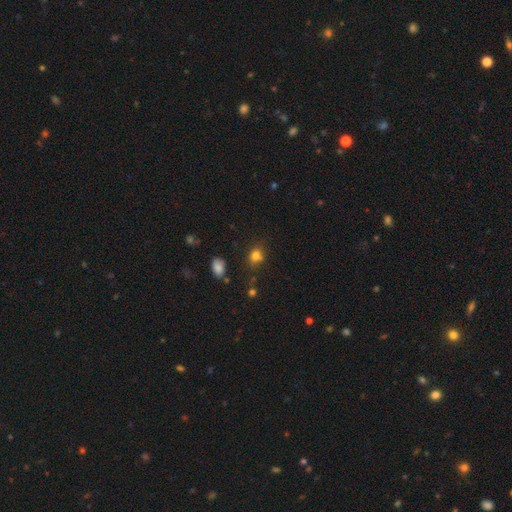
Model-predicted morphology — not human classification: type=smooth (77%); roundness=round (59%); merging=none (66%).